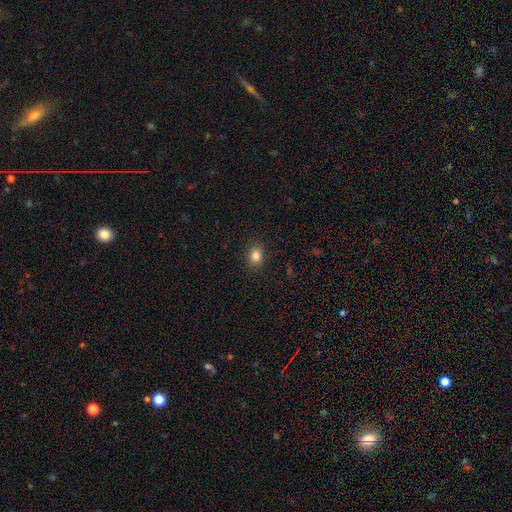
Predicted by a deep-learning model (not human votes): Smooth or featured: smooth — 84% (star or artifact — 11%)
How rounded: in between — 51% (round — 48%)
Merging: none — 89% (minor disturbance — 8%)